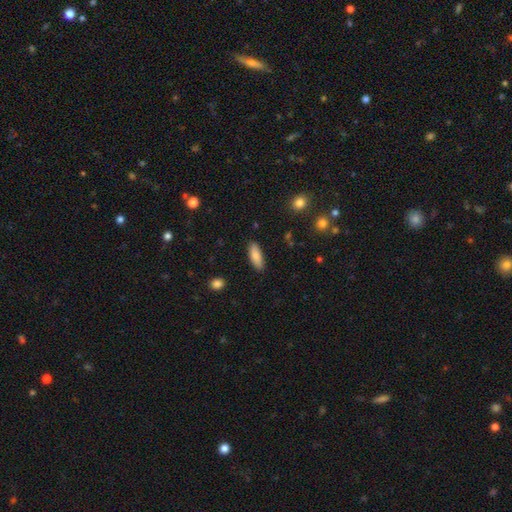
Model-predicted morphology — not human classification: type=smooth (85%); roundness=in between (65%); merging=none (88%).